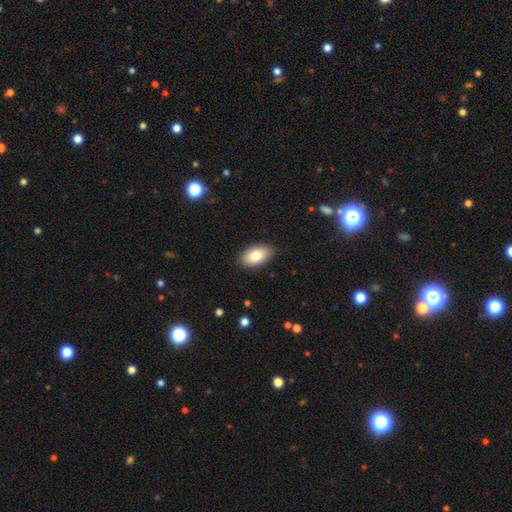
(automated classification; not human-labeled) A smooth galaxy with no disk features (81%) that is in between round and cigar-shaped (94%).

Vote fractions:
- Smooth or featured? smooth: 81% / featured or disk: 12% / star or artifact: 7%
- How rounded? in between: 94% / round: 5% / cigar-shaped: 2%
- Merging? none: 88% / minor disturbance: 9% / major disturbance: 2% / merger: 1%